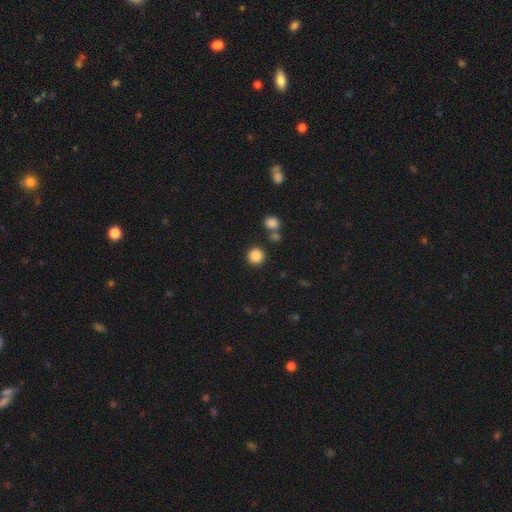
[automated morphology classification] This is clearly a smooth galaxy (86%). How rounded: clearly round (93%). Merging: clearly none (85%).